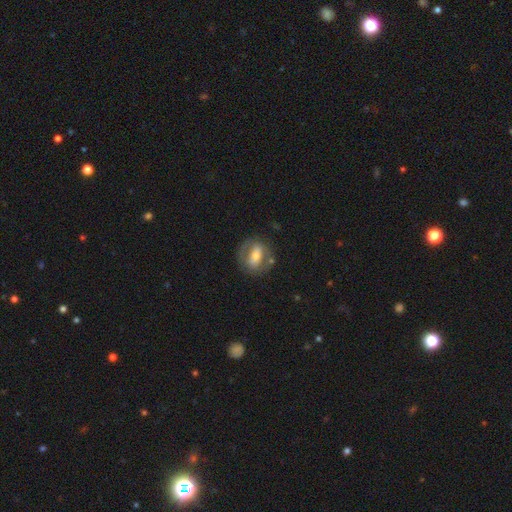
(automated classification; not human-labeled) smooth_or_featured: featured or disk (p=0.53) [alt: smooth p=0.41]
disk_edge_on: no (p=0.92) [alt: yes p=0.08]
merging: none (p=0.69) [alt: minor disturbance p=0.17]